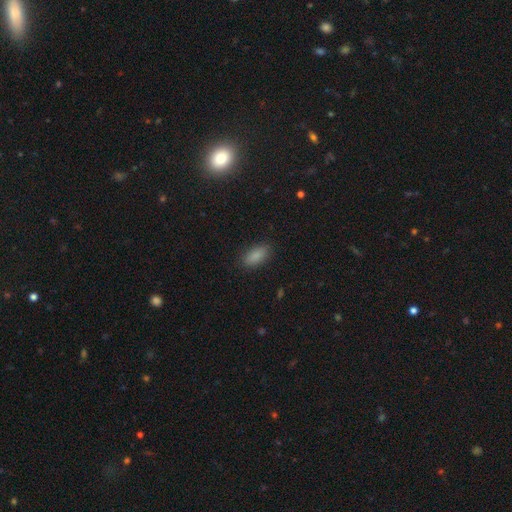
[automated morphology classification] A smooth galaxy with no disk features (87%) that is in between round and cigar-shaped (87%).

Vote fractions:
- Smooth or featured? smooth: 87% / star or artifact: 8% / featured or disk: 5%
- How rounded? in between: 87% / cigar-shaped: 10% / round: 3%
- Merging? none: 86% / minor disturbance: 10% / major disturbance: 3% / merger: 1%